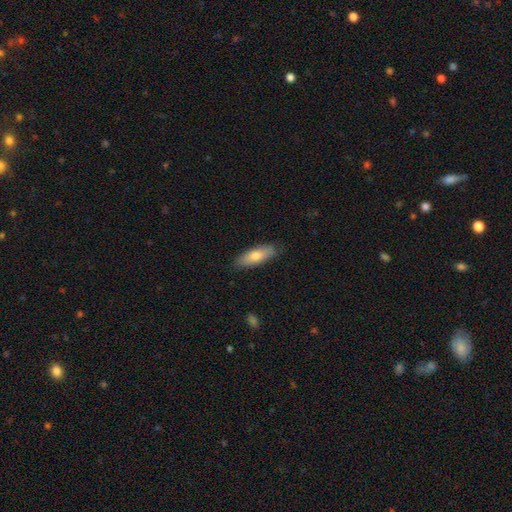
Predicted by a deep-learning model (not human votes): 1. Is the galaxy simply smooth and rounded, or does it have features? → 74% smooth, 21% featured or disk, 6% star or artifact.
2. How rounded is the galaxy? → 61% in between, 37% cigar-shaped, 2% round.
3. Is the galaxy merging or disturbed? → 84% none, 13% minor disturbance, 2% major disturbance, 1% merger.